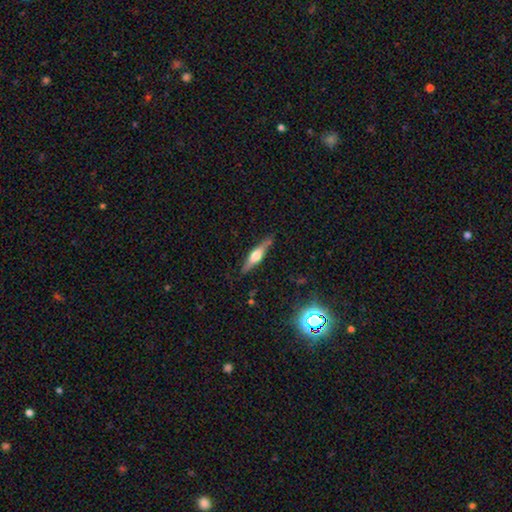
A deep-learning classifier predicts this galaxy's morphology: type=featured or disk (65%); edge-on=yes (96%); edge-on bulge=rounded (88%); merging=none (84%).